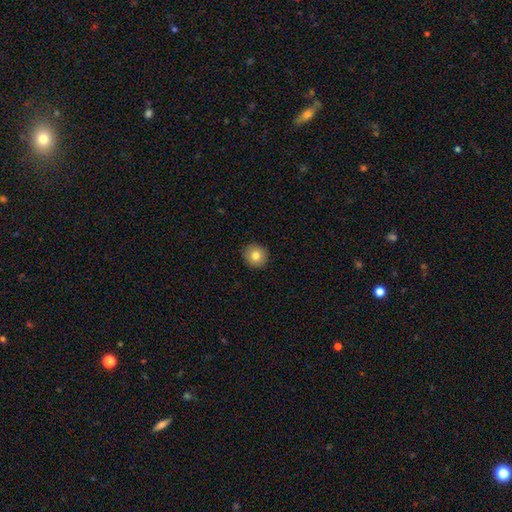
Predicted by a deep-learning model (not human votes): smooth-or-featured: smooth: 81% | star or artifact: 9% | featured or disk: 9%
  how-rounded: round: 92% | in between: 7% | cigar-shaped: 1%
  merging: none: 91% | minor disturbance: 6% | major disturbance: 2% | merger: 1%